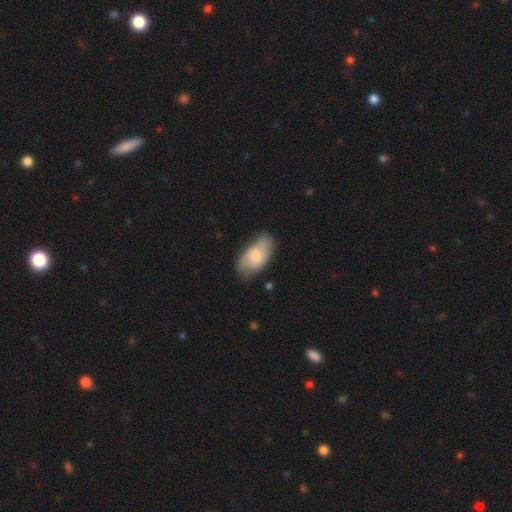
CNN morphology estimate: Smooth or featured: smooth — 63% (featured or disk — 31%)
How rounded: in between — 93% (cigar-shaped — 4%)
Merging: none — 64% (minor disturbance — 27%)